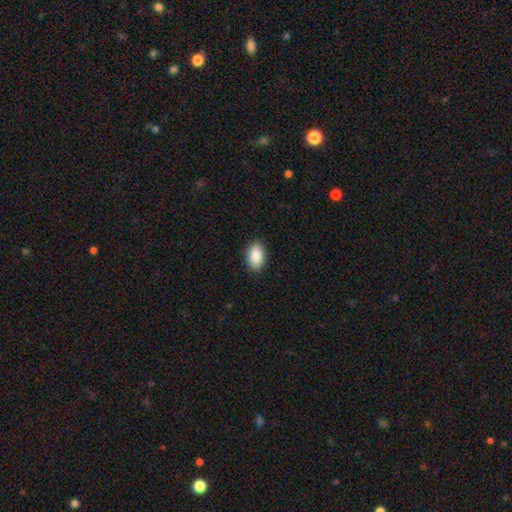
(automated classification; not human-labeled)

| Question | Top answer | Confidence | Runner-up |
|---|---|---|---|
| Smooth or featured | smooth | 87% | star or artifact (7%) |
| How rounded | in between | 91% | round (7%) |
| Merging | none | 89% | minor disturbance (8%) |